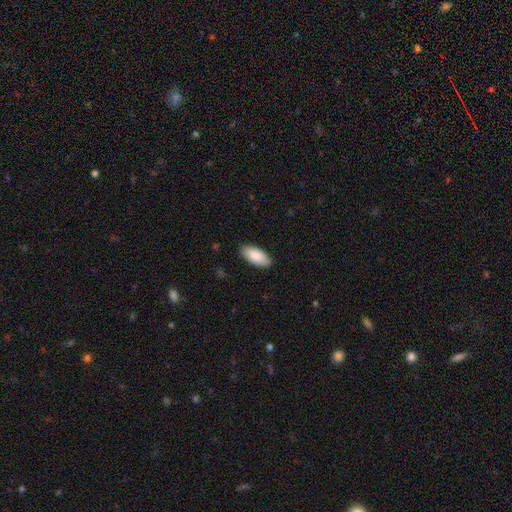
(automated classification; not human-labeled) The model was most divided on "merging": none: 87%, minor disturbance: 10%, major disturbance: 2%, merger: 1%. More confident: how rounded — in between (90%); smooth or featured — smooth (89%).